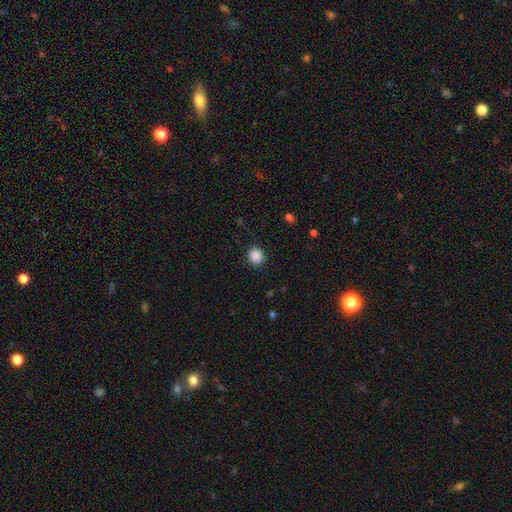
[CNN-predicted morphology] This appears to be a smooth galaxy with no disk features (88%) that is round (84%). Merging: none (89%).